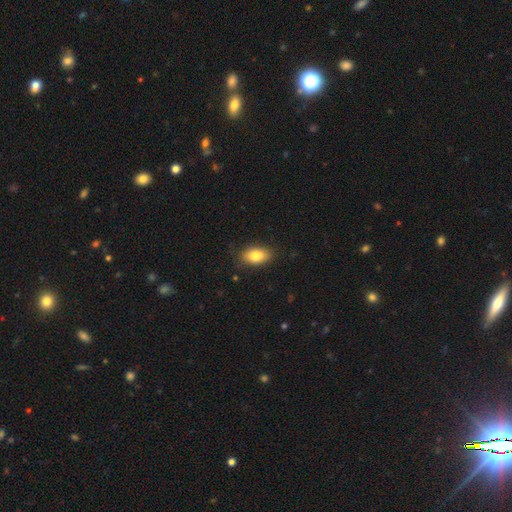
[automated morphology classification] smooth 82%, featured or disk 10%, star or artifact 8%. Down the decision tree: how rounded — in between (89%); merging — none (84%).